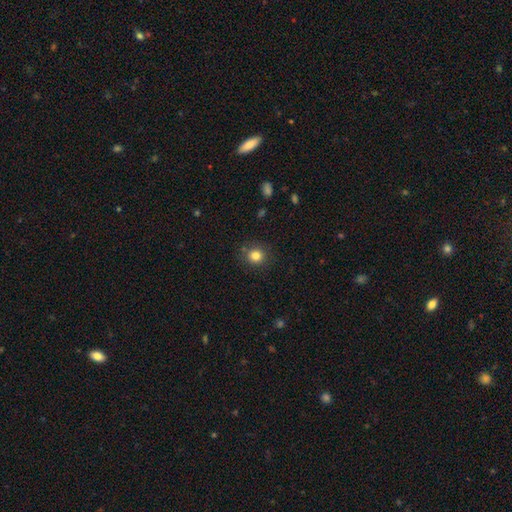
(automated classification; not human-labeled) The model was most divided on "smooth or featured": smooth: 82%, star or artifact: 12%, featured or disk: 6%. More confident: how rounded — round (89%); merging — none (86%).